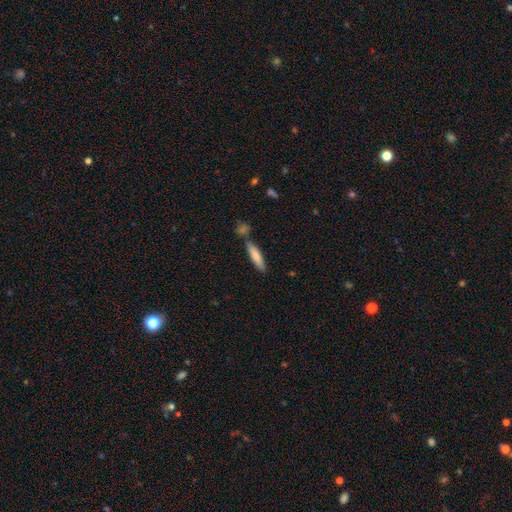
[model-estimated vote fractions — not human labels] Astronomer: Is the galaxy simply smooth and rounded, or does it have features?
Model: smooth — 78%.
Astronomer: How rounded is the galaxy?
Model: cigar-shaped — 79%.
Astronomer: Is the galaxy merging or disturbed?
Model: none — 69%.